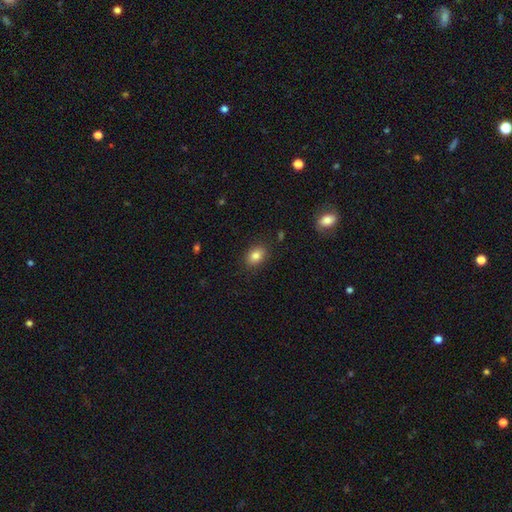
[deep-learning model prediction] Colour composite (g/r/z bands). It shows a smooth galaxy with no disk features (82%) that is in between round and cigar-shaped (74%). Merging: none (86%).